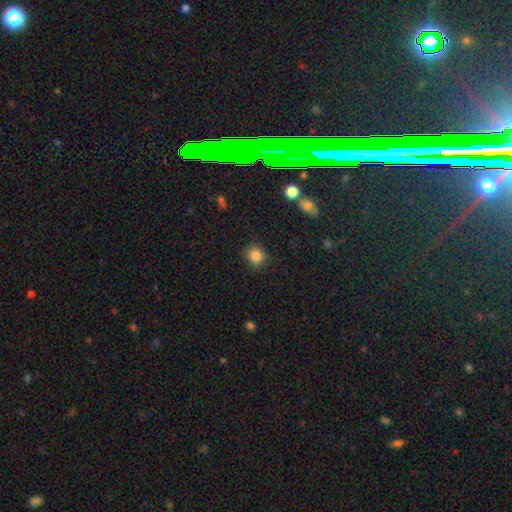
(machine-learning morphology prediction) A smooth galaxy with no disk features (85%) that is round (87%).

Vote fractions:
- Smooth or featured? smooth: 85% / star or artifact: 11% / featured or disk: 4%
- How rounded? round: 87% / in between: 12% / cigar-shaped: 1%
- Merging? none: 86% / minor disturbance: 9% / major disturbance: 3% / merger: 2%